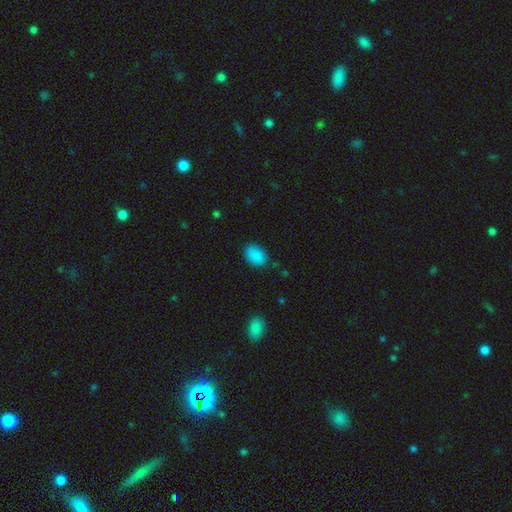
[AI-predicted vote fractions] This is clearly a smooth galaxy (88%). How rounded: clearly in between (82%). Merging: clearly none (81%).